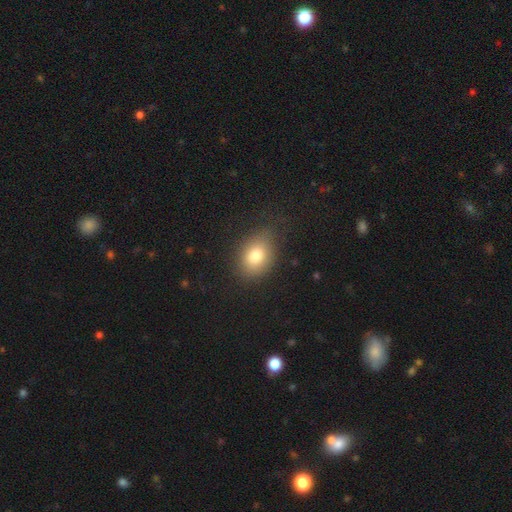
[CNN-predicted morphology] This appears to be a smooth galaxy with no disk features (79%) that is in between round and cigar-shaped (70%). Merging: none (72%).